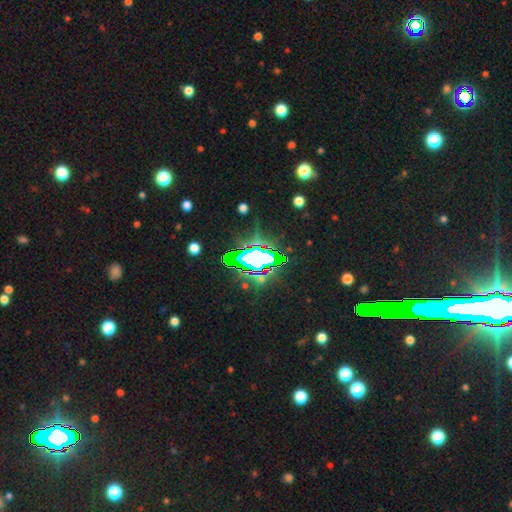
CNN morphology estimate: This is likely a star or artifact rather than a galaxy (62%).